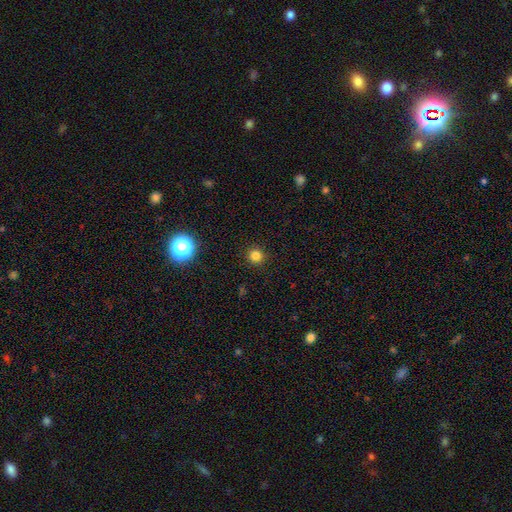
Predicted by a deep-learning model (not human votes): The model was most divided on "smooth or featured": smooth: 81%, star or artifact: 15%, featured or disk: 4%. More confident: how rounded — round (94%); merging — none (92%).